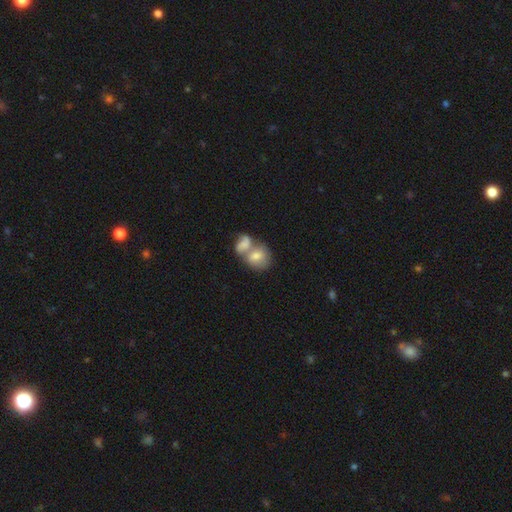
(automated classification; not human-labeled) smooth_or_featured: smooth (p=0.69) [alt: featured or disk p=0.22]
how_rounded: round (p=0.51) [alt: in between p=0.48]
merging: merger (p=0.69) [alt: none p=0.20]